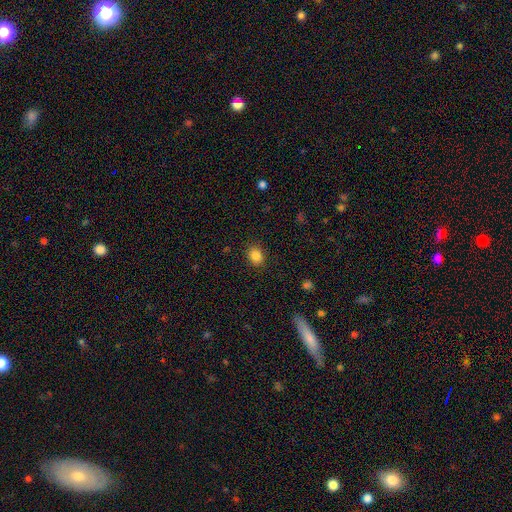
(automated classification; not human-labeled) This is clearly a smooth galaxy (85%). How rounded: possibly round (57%). Merging: clearly none (88%).